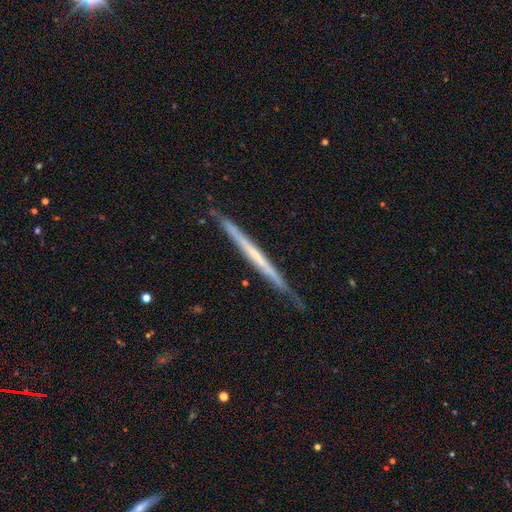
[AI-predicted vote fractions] smooth-or-featured: featured or disk: 65% | smooth: 30% | star or artifact: 5%
  disk-edge-on: yes: 97% | no: 3%
    edge-on-bulge: none: 83% | rounded: 13% | boxy: 5%
  merging: none: 83% | minor disturbance: 14% | major disturbance: 2% | merger: 1%